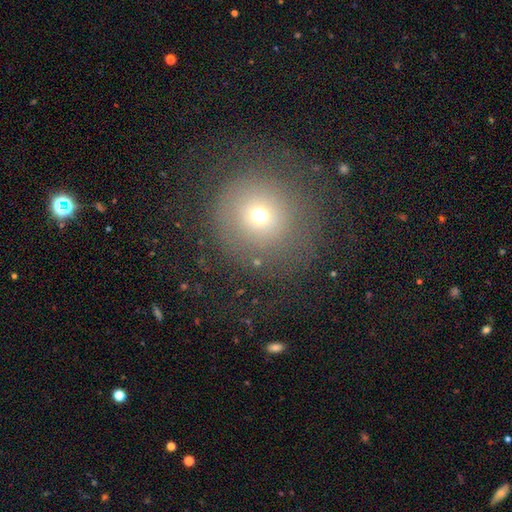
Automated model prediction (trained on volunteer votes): smooth_or_featured: smooth (p=0.54) [alt: featured or disk p=0.25]
how_rounded: round (p=0.94) [alt: in between p=0.05]
merging: none (p=0.79) [alt: minor disturbance p=0.10]